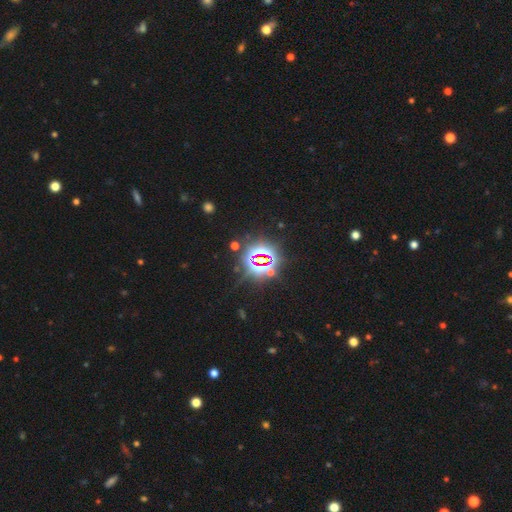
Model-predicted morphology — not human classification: A star or artifact, not a galaxy (84%).